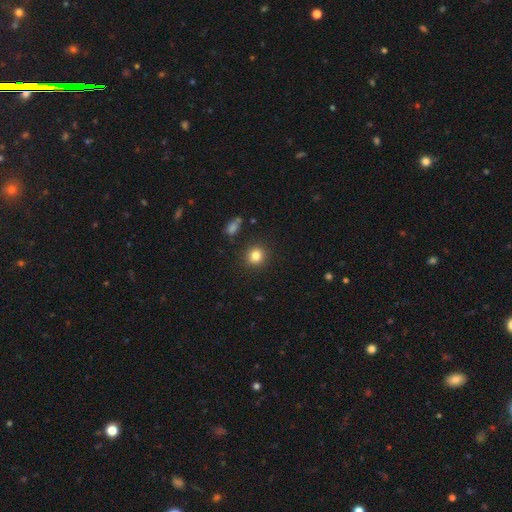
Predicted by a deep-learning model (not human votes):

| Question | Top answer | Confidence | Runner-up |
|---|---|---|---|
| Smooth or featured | smooth | 83% | star or artifact (11%) |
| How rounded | round | 88% | in between (11%) |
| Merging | none | 89% | minor disturbance (7%) |